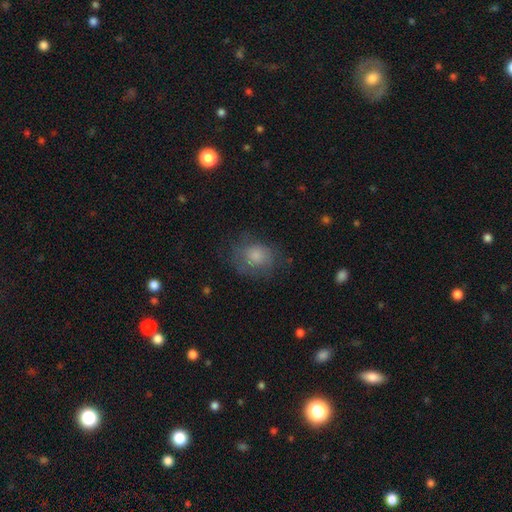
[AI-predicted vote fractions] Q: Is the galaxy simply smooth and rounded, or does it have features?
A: smooth — 72%.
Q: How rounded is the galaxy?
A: round — 61%.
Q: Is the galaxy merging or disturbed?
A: none — 62%.